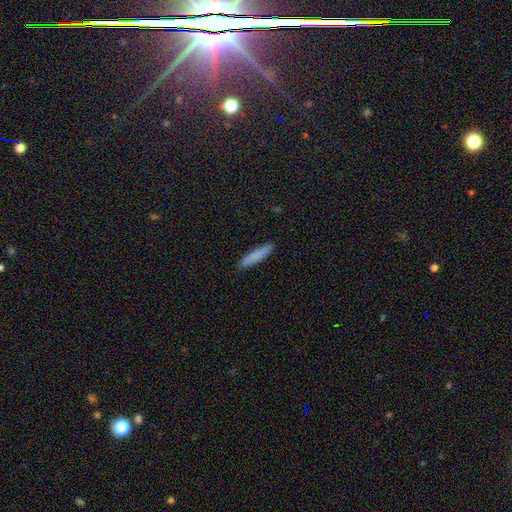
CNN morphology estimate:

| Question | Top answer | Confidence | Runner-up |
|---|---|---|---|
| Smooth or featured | smooth | 83% | featured or disk (11%) |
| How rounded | cigar-shaped | 92% | in between (7%) |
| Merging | none | 90% | minor disturbance (7%) |